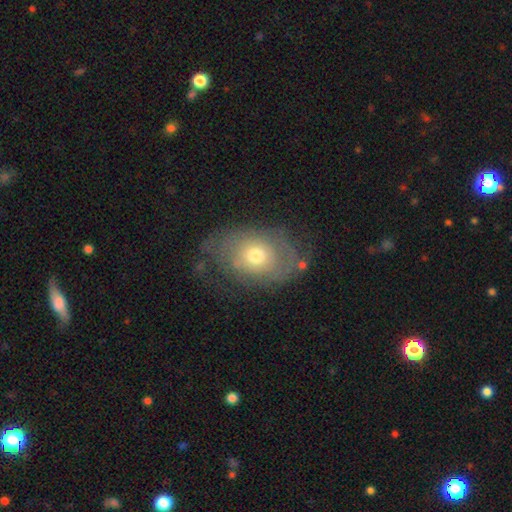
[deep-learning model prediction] Smooth or featured: featured or disk — 56% (smooth — 36%)
Edge-on disk: no — 94% (yes — 6%)
Bar: no — 86% (weak — 12%)
Spiral arms: yes — 62% (no — 38%)
Bulge size: moderate — 67% (small — 25%)
Merging: none — 61% (minor disturbance — 23%)